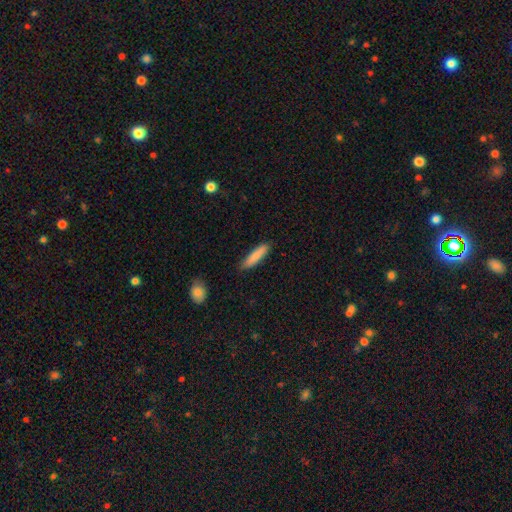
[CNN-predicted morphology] Smooth or featured? Predicted: smooth (p=0.84). How rounded? Predicted: cigar-shaped (p=0.80). Merging? Predicted: none (p=0.86).